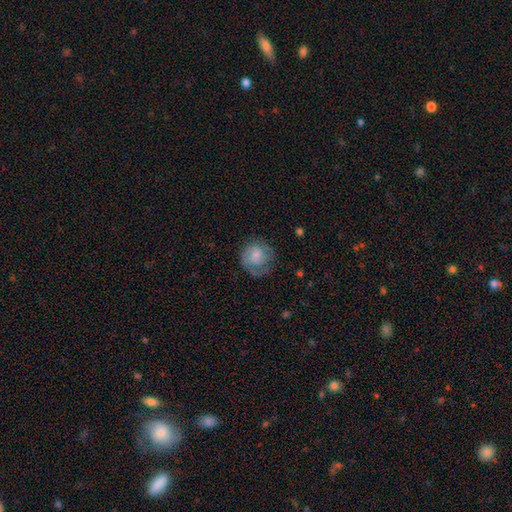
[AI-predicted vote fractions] smooth-or-featured: smooth: 51% | featured or disk: 42% | star or artifact: 8%
  how-rounded: round: 84% | in between: 15% | cigar-shaped: 1%
  merging: none: 56% | minor disturbance: 23% | major disturbance: 20% | merger: 2%